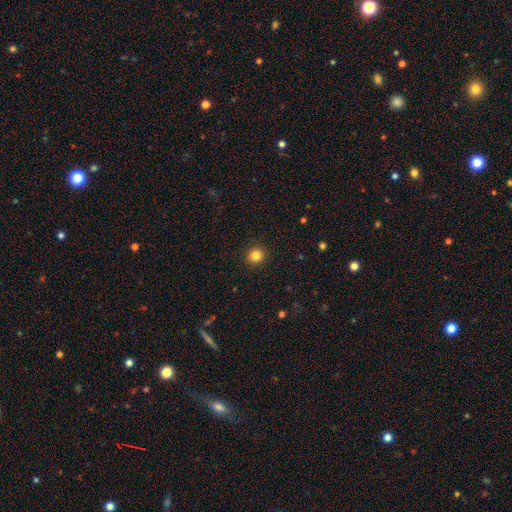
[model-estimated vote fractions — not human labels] Smooth or featured: smooth — 84% (star or artifact — 12%)
How rounded: round — 92% (in between — 7%)
Merging: none — 92% (minor disturbance — 5%)